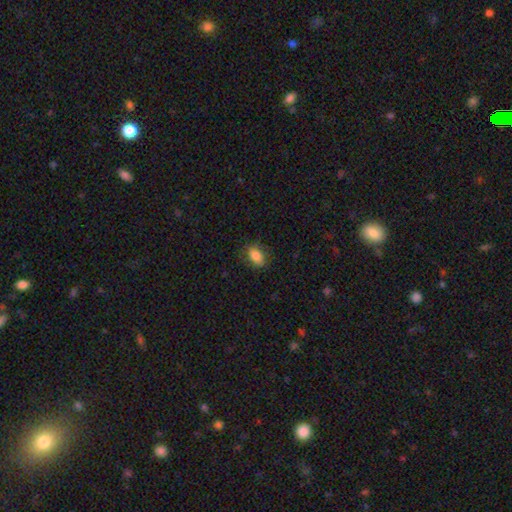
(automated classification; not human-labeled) A smooth galaxy with no disk features (84%) that is in between round and cigar-shaped (82%). Merging: none (81%).